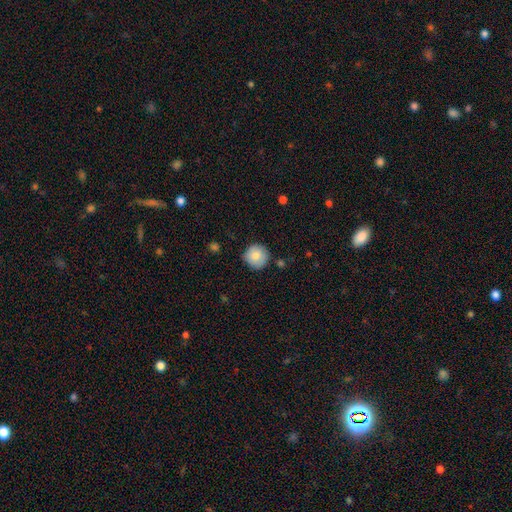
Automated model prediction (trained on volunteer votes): A smooth galaxy with no disk features (82%) that is round (95%). Merging: none (83%).